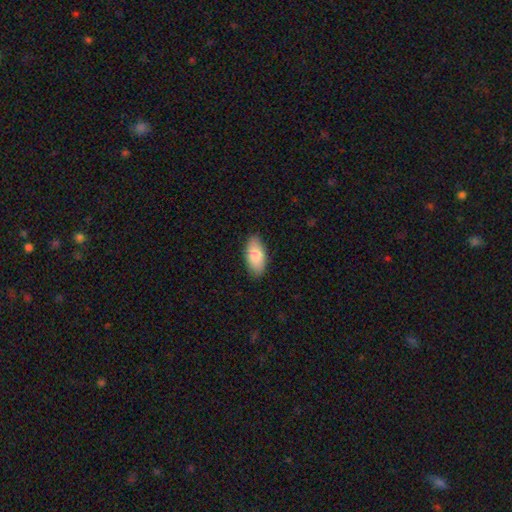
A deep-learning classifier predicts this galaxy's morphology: A smooth galaxy with no disk features (85%) that is in between round and cigar-shaped (93%).

Vote fractions:
- Smooth or featured? smooth: 85% / featured or disk: 9% / star or artifact: 6%
- How rounded? in between: 93% / cigar-shaped: 5% / round: 2%
- Merging? none: 85% / minor disturbance: 12% / major disturbance: 2% / merger: 1%